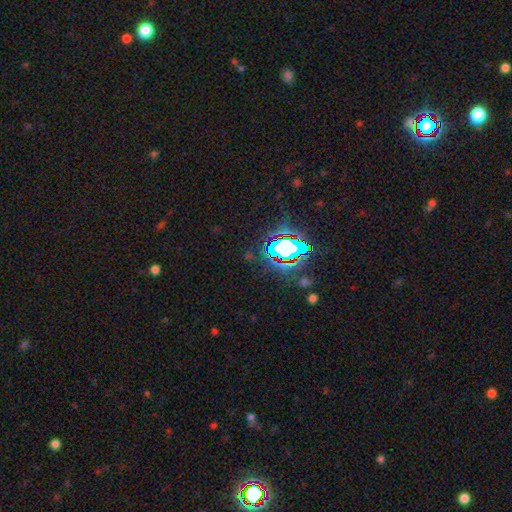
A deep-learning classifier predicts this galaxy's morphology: A star or artifact, not a galaxy (78%).

Vote fractions:
- Smooth or featured? star or artifact: 78% / smooth: 13% / featured or disk: 9%